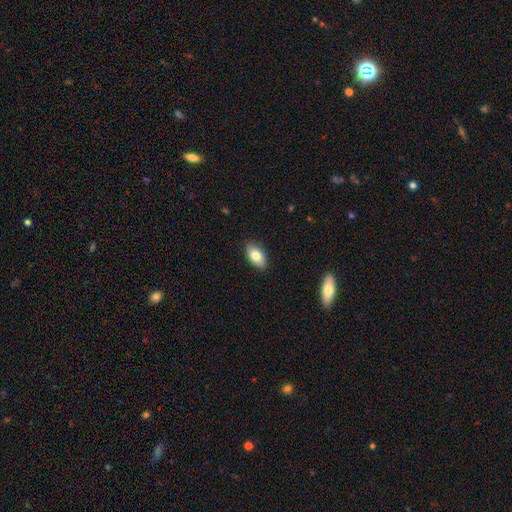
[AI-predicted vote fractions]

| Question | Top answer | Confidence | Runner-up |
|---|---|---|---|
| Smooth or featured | smooth | 80% | featured or disk (13%) |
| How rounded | in between | 93% | round (4%) |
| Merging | none | 88% | minor disturbance (9%) |